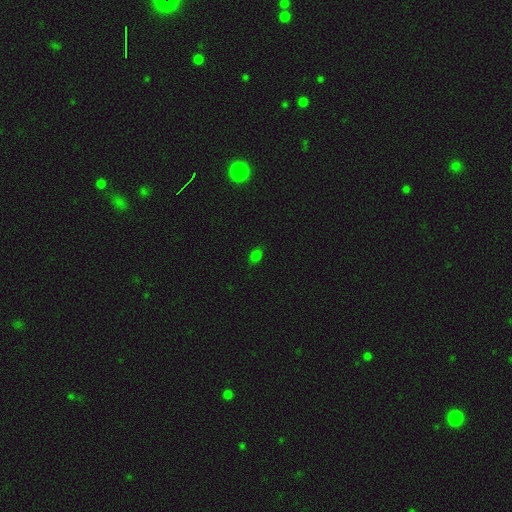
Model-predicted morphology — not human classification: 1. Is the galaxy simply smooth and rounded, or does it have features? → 74% smooth, 21% star or artifact, 4% featured or disk.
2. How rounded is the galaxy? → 77% in between, 21% round, 2% cigar-shaped.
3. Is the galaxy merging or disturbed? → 83% none, 12% minor disturbance, 3% major disturbance, 1% merger.